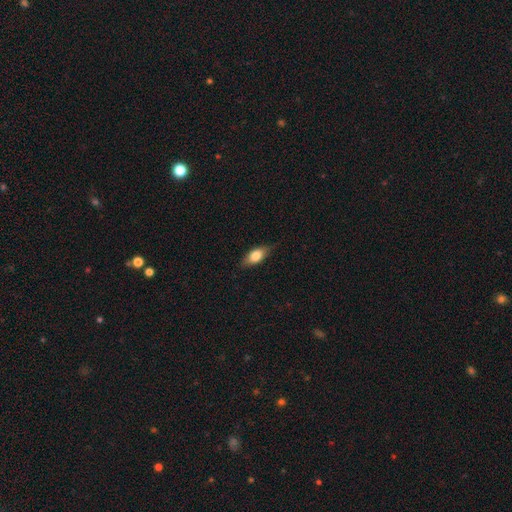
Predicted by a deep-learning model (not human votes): This appears to be a smooth galaxy with no disk features (74%) that is in between round and cigar-shaped (83%). Merging: none (80%).